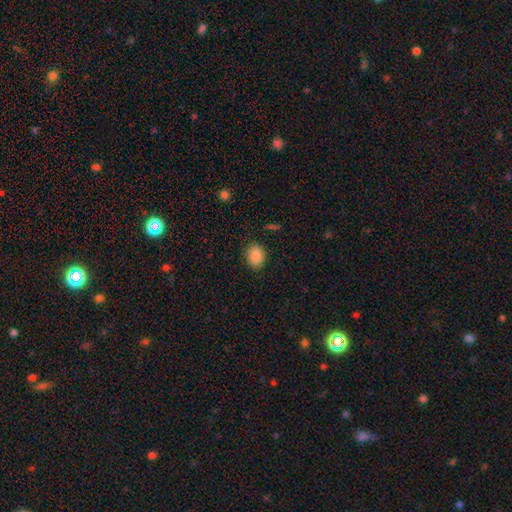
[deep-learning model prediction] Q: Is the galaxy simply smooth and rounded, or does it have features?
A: smooth — 88%.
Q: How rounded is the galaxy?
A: in between — 58%.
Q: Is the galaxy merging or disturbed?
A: none — 86%.